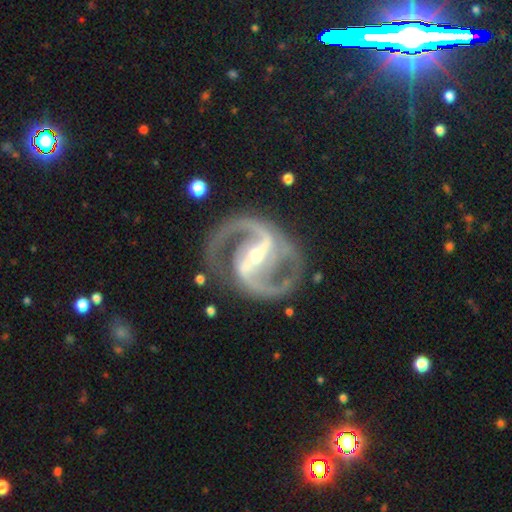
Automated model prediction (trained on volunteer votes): smooth_or_featured: featured or disk (p=0.93) [alt: star or artifact p=0.05]
disk_edge_on: no (p=0.98) [alt: yes p=0.02]
bar: strong (p=0.74) [alt: weak p=0.18]
has_spiral_arms: yes (p=0.99) [alt: no p=0.01]
spiral_winding: medium (p=0.64) [alt: tight p=0.23]
spiral_arm_count: 2 (p=0.94) [alt: 3 p=0.02]
bulge_size: small (p=0.61) [alt: moderate p=0.35]
merging: none (p=0.80) [alt: minor disturbance p=0.12]